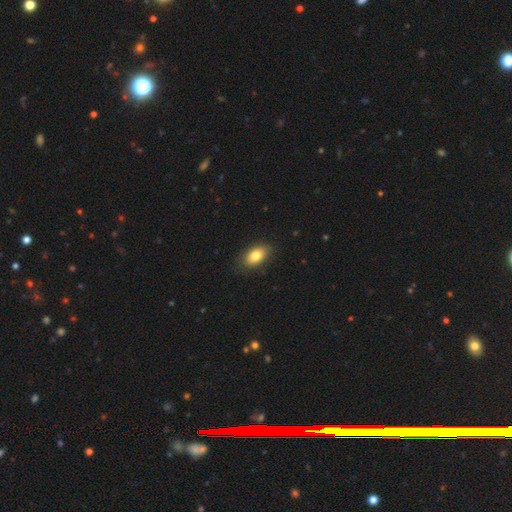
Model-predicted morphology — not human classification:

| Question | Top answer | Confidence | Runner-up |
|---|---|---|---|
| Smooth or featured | smooth | 80% | featured or disk (12%) |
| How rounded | in between | 90% | round (8%) |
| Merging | none | 81% | minor disturbance (15%) |